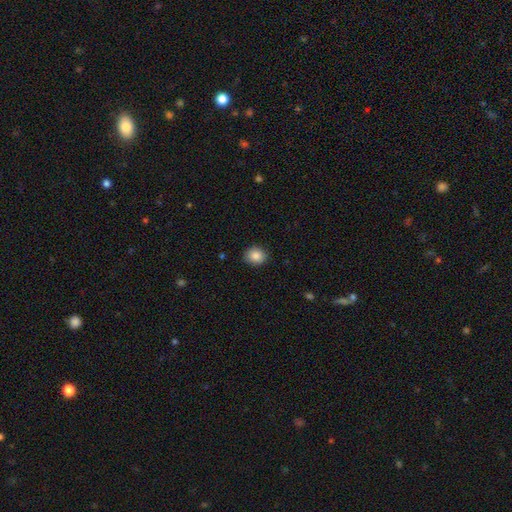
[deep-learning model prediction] The model was most divided on "how rounded": round: 67%, in between: 32%, cigar-shaped: 1%. More confident: merging — none (87%); smooth or featured — smooth (87%).